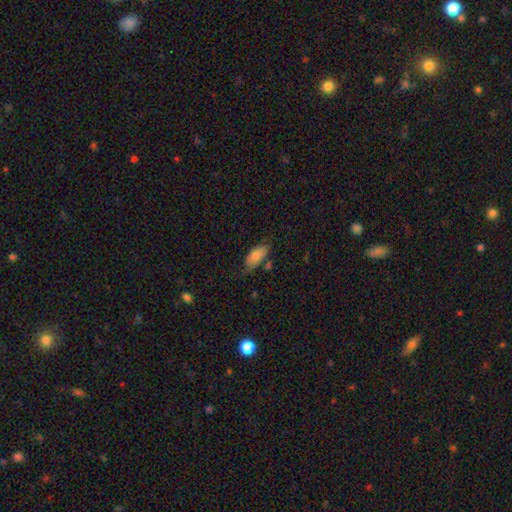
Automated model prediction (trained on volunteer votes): smooth_or_featured: smooth (p=0.79) [alt: featured or disk p=0.13]
how_rounded: in between (p=0.90) [alt: cigar-shaped p=0.07]
merging: none (p=0.61) [alt: minor disturbance p=0.26]